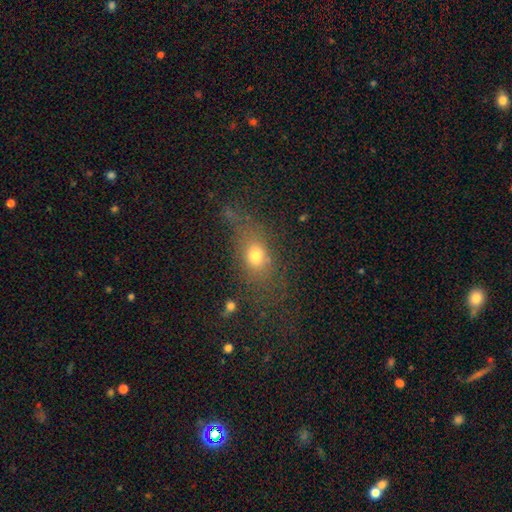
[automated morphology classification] Overall: smooth (69%). How rounded: in between (62%; round 28%). Merging: none (58%; minor disturbance 20%).